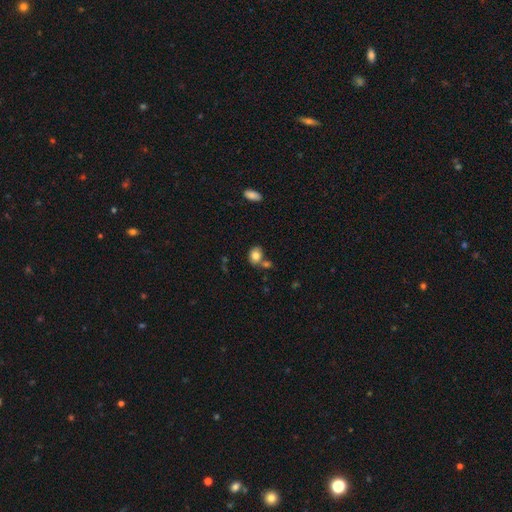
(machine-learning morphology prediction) Smooth or featured?
  - smooth: 83% *
  - star or artifact: 9%
  - featured or disk: 8%
How rounded?
  - in between: 58% *
  - round: 41%
  - cigar-shaped: 1%
Merging?
  - none: 59% *
  - merger: 23%
  - minor disturbance: 14%
  - major disturbance: 4%